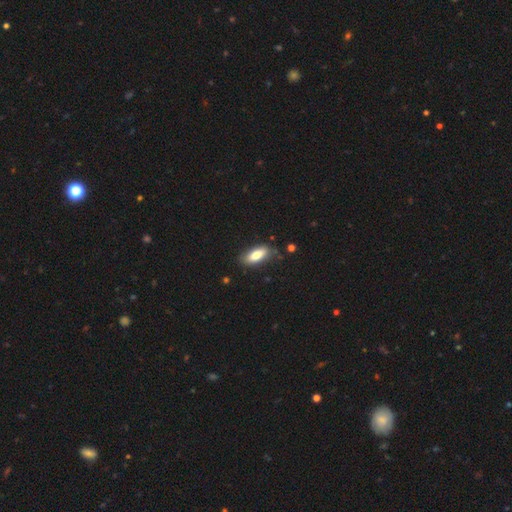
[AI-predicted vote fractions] Smooth or featured: smooth — 78% (featured or disk — 15%)
How rounded: in between — 79% (cigar-shaped — 18%)
Merging: none — 79% (minor disturbance — 15%)